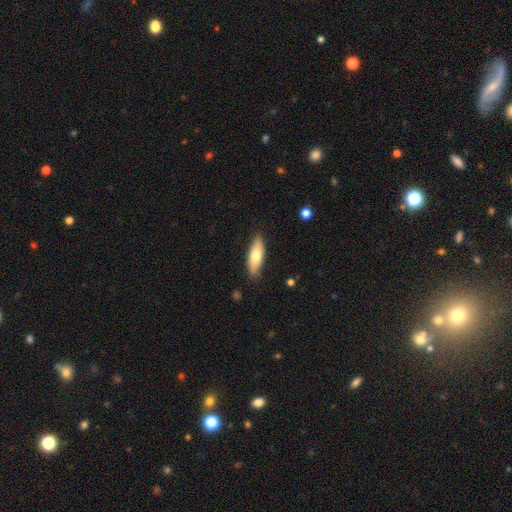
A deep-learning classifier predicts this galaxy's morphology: Smooth or featured: smooth — 70% (featured or disk — 24%)
How rounded: in between — 63% (cigar-shaped — 35%)
Merging: none — 84% (minor disturbance — 13%)